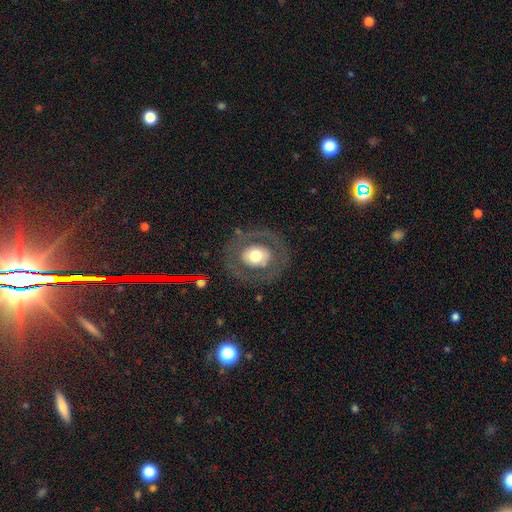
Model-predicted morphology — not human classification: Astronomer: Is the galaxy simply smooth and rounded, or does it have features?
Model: smooth — 47% (runner-up: featured or disk, 46%).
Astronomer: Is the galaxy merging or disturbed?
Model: none — 79%.